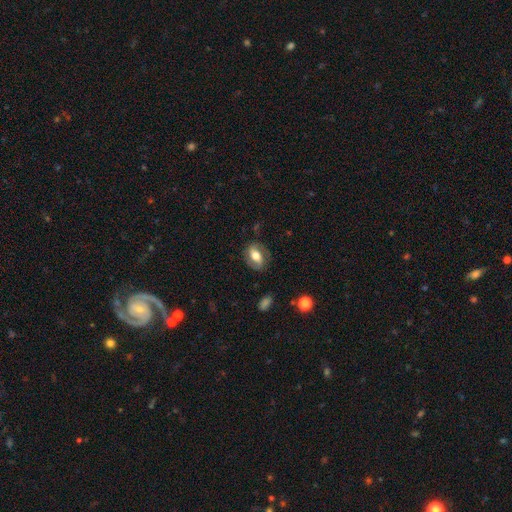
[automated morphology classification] A smooth galaxy with no disk features (49%).

Vote fractions:
- Smooth or featured? smooth: 49% / featured or disk: 43% / star or artifact: 8%
- Merging? none: 75% / minor disturbance: 17% / major disturbance: 7% / merger: 1%